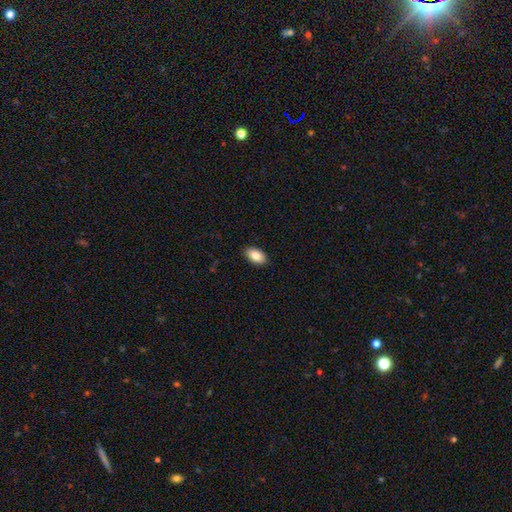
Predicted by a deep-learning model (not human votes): Smooth or featured?
  - smooth: 86% *
  - featured or disk: 7%
  - star or artifact: 7%
How rounded?
  - in between: 94% *
  - round: 5%
  - cigar-shaped: 2%
Merging?
  - none: 90% *
  - minor disturbance: 8%
  - major disturbance: 2%
  - merger: 1%